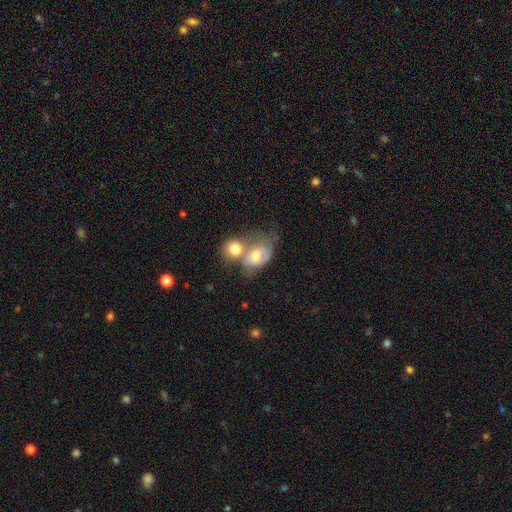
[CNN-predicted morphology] Overall: smooth (52%; featured or disk 35%). How rounded: in between (61%; round 36%). Merging: merger (63%).